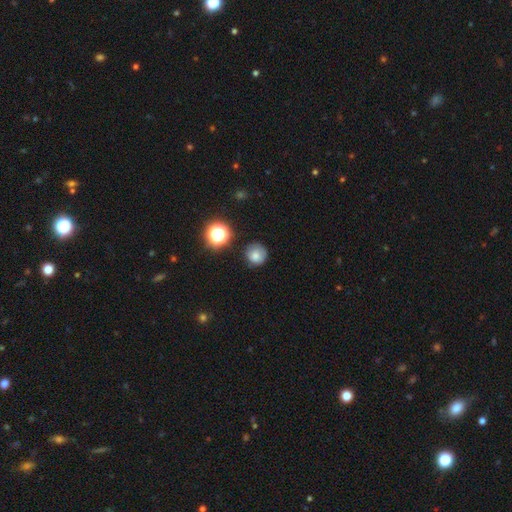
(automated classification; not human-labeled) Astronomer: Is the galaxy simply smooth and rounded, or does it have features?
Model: smooth — 77%.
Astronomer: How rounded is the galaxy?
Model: round — 90%.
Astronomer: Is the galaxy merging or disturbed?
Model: none — 76%.